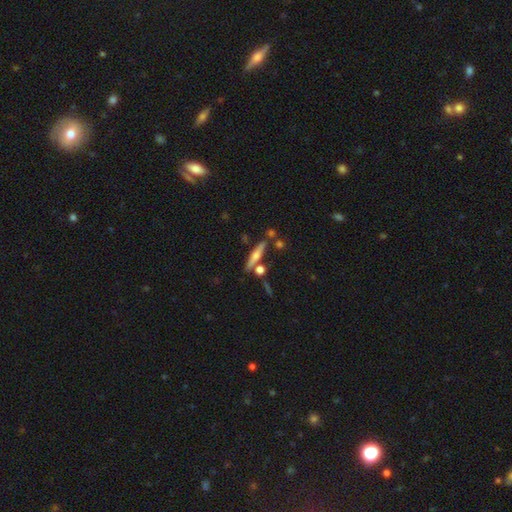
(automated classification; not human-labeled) Smooth or featured? featured or disk (55%)
Edge-on disk? yes (95%)
Edge-on bulge? rounded (86%)
Merging? none (76%)